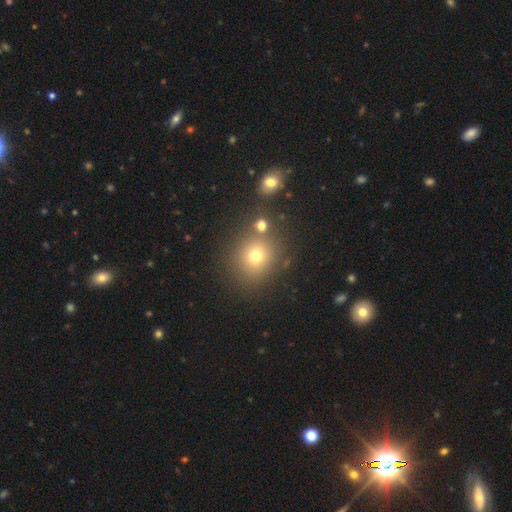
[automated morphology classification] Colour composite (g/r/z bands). It shows a smooth galaxy with no disk features (72%) that is round (83%). Merging: none (73%).